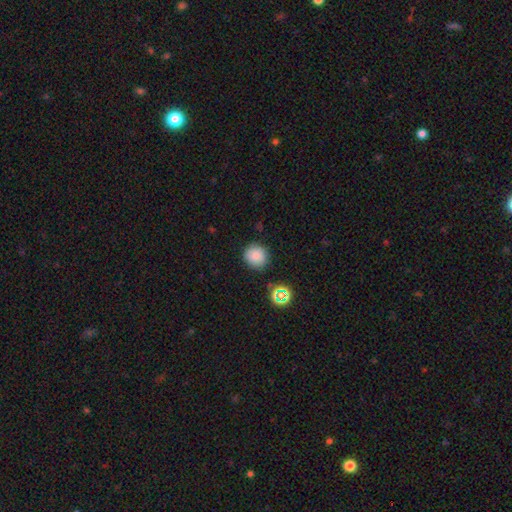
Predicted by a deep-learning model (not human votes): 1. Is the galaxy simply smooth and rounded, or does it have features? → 81% smooth, 13% star or artifact, 6% featured or disk.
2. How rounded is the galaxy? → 91% round, 8% in between, 1% cigar-shaped.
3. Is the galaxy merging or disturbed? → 86% none, 9% minor disturbance, 3% merger, 3% major disturbance.